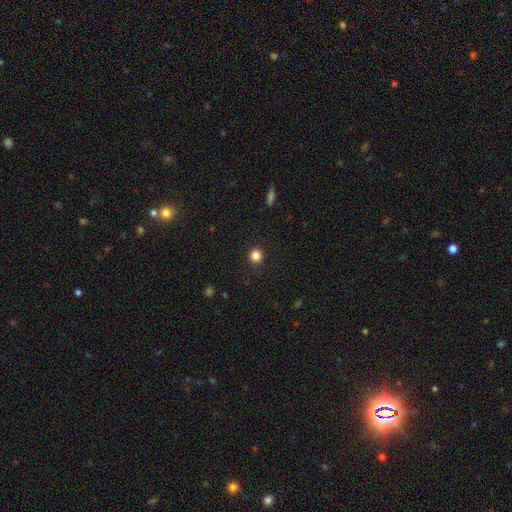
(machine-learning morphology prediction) Q: Smooth or featured?
A: smooth (84%); runner-up: star or artifact (12%)
Q: How rounded?
A: round (91%); runner-up: in between (8%)
Q: Merging?
A: none (91%); runner-up: minor disturbance (6%)